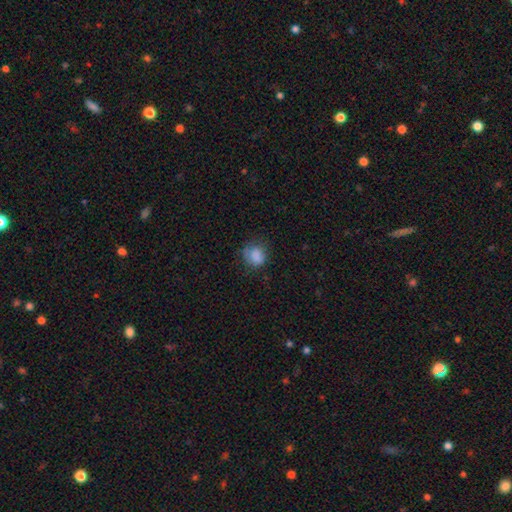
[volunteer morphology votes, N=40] type=smooth (78%); roundness=round (77%); merging=none (53%).